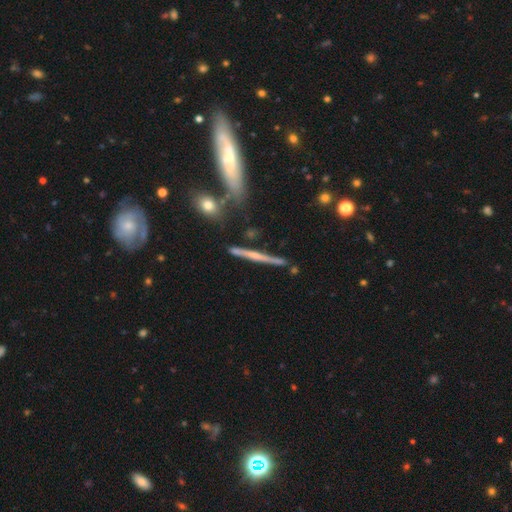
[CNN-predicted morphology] Smooth or featured: featured or disk — 64% (smooth — 29%)
Edge-on disk: yes — 96% (no — 4%)
Edge-on bulge: rounded — 55% (none — 35%)
Merging: none — 80% (minor disturbance — 12%)